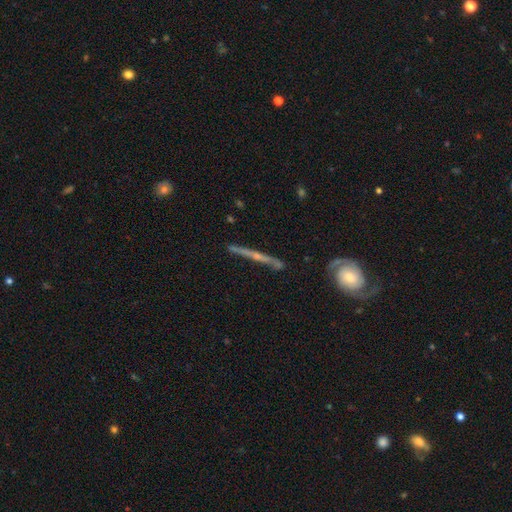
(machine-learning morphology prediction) smooth_or_featured: featured or disk (p=0.80) [alt: smooth p=0.14]
disk_edge_on: yes (p=0.94) [alt: no p=0.06]
edge_on_bulge: rounded (p=0.59) [alt: none p=0.33]
merging: none (p=0.79) [alt: minor disturbance p=0.13]